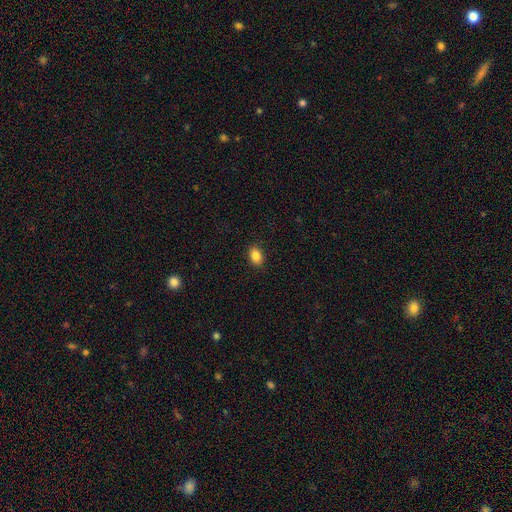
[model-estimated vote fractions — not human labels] Smooth or featured?
  - smooth: 86% *
  - star or artifact: 9%
  - featured or disk: 5%
How rounded?
  - in between: 76% *
  - round: 22%
  - cigar-shaped: 1%
Merging?
  - none: 89% *
  - minor disturbance: 8%
  - major disturbance: 2%
  - merger: 1%